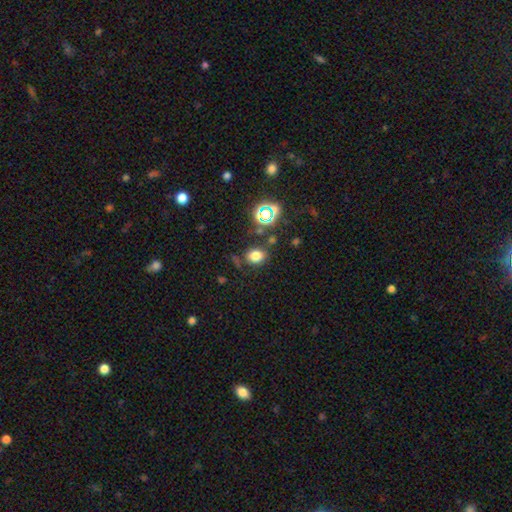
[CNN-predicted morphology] A smooth galaxy with no disk features (74%) that is round (55%). Merging: none (76%).